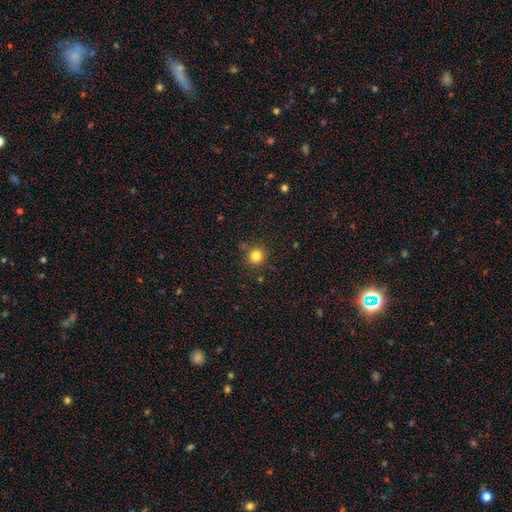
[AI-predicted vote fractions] Smooth or featured? smooth (82%)
How rounded? round (93%)
Merging? none (86%)